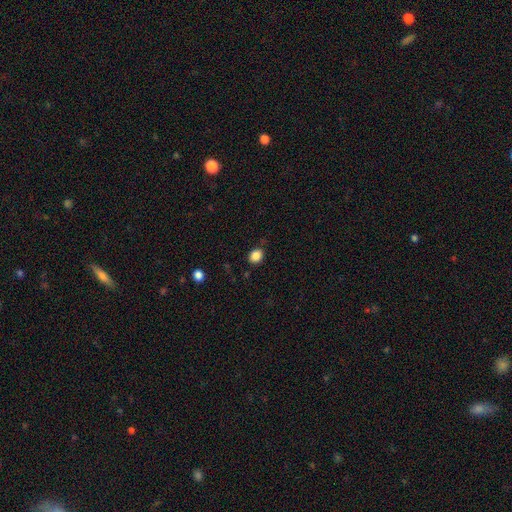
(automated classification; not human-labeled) smooth 86%, star or artifact 10%, featured or disk 4%. Down the decision tree: how rounded — round (54%); merging — none (84%).